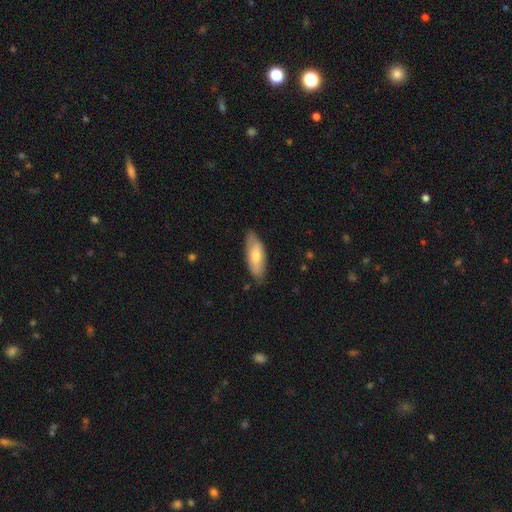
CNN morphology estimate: Smooth or featured? smooth (66%)
How rounded? in between (72%)
Merging? none (77%)